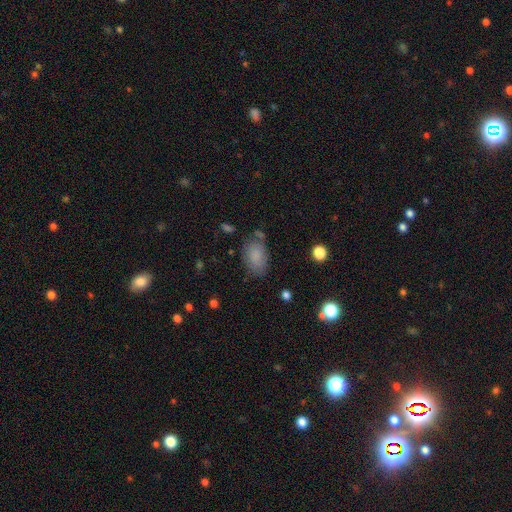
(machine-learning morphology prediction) smooth-or-featured: smooth: 83% | featured or disk: 8% | star or artifact: 8%
  how-rounded: in between: 90% | round: 9% | cigar-shaped: 1%
  merging: none: 68% | minor disturbance: 20% | major disturbance: 7% | merger: 6%